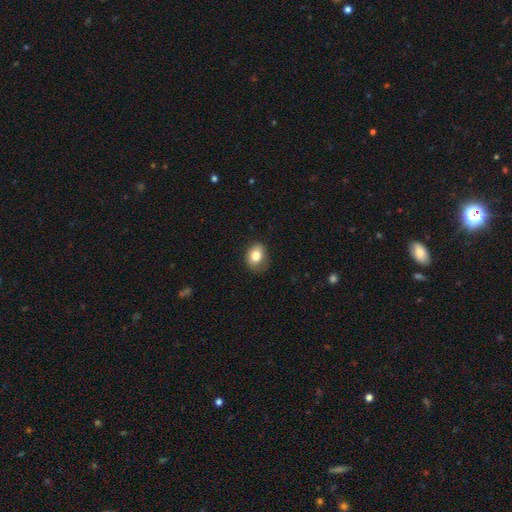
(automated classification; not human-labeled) A smooth galaxy with no disk features (81%) that is in between round and cigar-shaped (64%). Merging: none (75%).